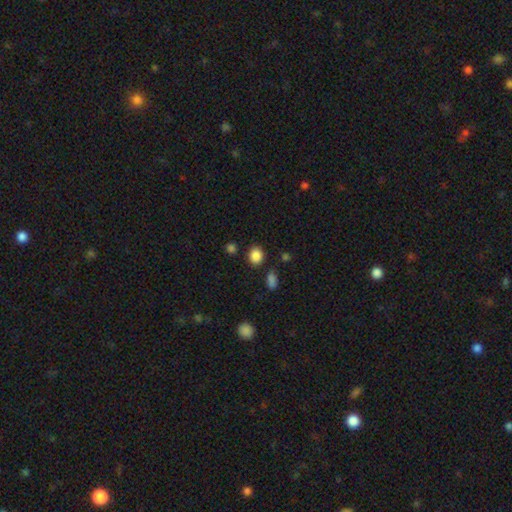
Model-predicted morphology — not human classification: Smooth or featured?
  - smooth: 86% *
  - star or artifact: 10%
  - featured or disk: 4%
How rounded?
  - round: 67% *
  - in between: 32%
  - cigar-shaped: 1%
Merging?
  - none: 82% *
  - minor disturbance: 10%
  - merger: 4%
  - major disturbance: 3%